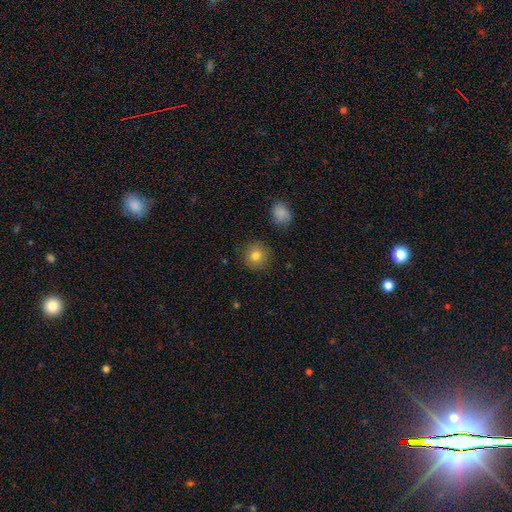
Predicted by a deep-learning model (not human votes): Smooth or featured?
  - smooth: 80% *
  - star or artifact: 11%
  - featured or disk: 9%
How rounded?
  - round: 93% *
  - in between: 6%
  - cigar-shaped: 1%
Merging?
  - none: 88% *
  - minor disturbance: 8%
  - major disturbance: 2%
  - merger: 2%